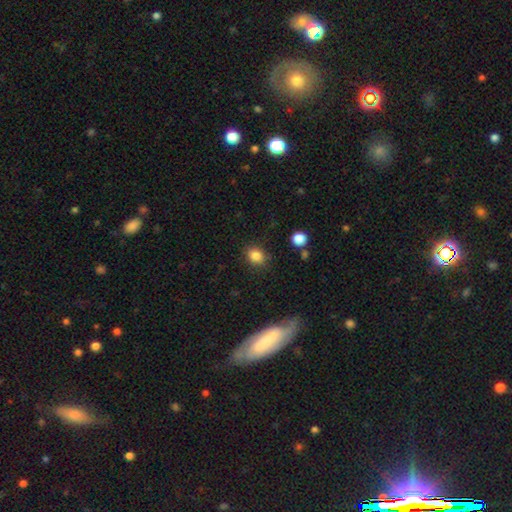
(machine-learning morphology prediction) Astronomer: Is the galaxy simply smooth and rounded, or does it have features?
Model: smooth — 84%.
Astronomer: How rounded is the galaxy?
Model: round — 57% (runner-up: in between, 42%).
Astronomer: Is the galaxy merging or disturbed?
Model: none — 84%.